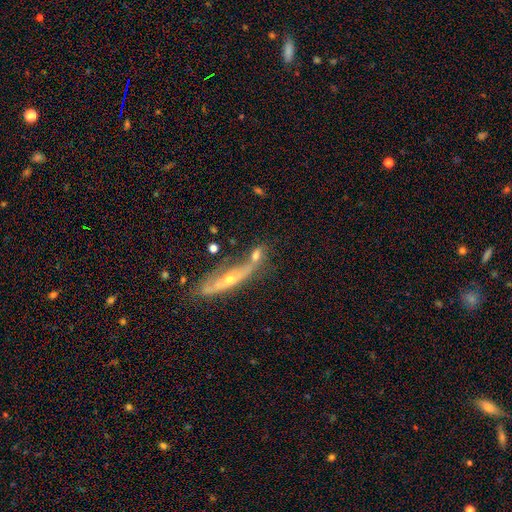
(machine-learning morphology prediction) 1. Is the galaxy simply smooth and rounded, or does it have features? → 49% smooth, 39% featured or disk, 12% star or artifact.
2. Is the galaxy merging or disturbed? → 43% merger, 37% none, 12% minor disturbance, 8% major disturbance.